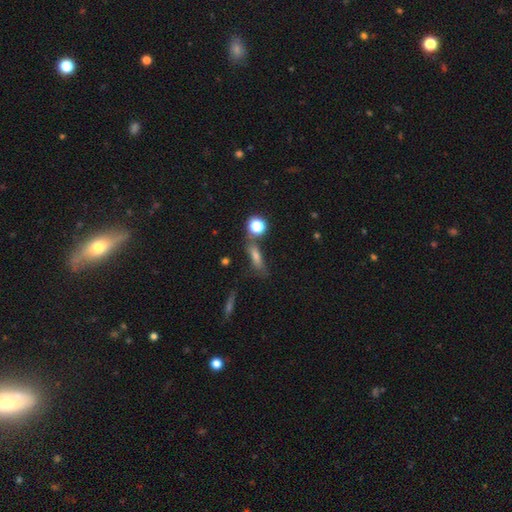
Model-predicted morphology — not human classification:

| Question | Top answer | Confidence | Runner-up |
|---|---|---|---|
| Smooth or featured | smooth | 60% | featured or disk (21%) |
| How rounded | cigar-shaped | 51% | in between (36%) |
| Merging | none | 60% | minor disturbance (17%) |